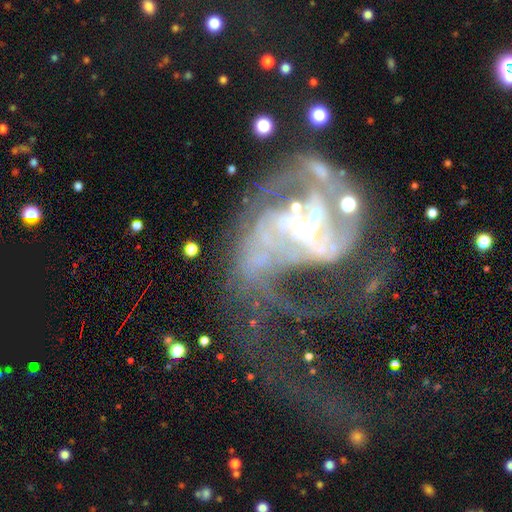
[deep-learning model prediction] smooth-or-featured: featured or disk: 82% | star or artifact: 11% | smooth: 7%
  disk-edge-on: no: 97% | yes: 3%
    bar: no: 39% | weak: 36% | strong: 26%
    has-spiral-arms: yes: 76% | no: 24%
      spiral-winding: loose: 43% | medium: 38% | tight: 19%
      spiral-arm-count: 2: 38% | can't tell: 28% | 1: 15% | 3: 11% | 4: 4% | more than 4: 4%
    bulge-size: moderate: 40% | small: 35% | none: 17% | large: 7% | dominant: 2%
  merging: major disturbance: 54% | merger: 19% | none: 16% | minor disturbance: 10%